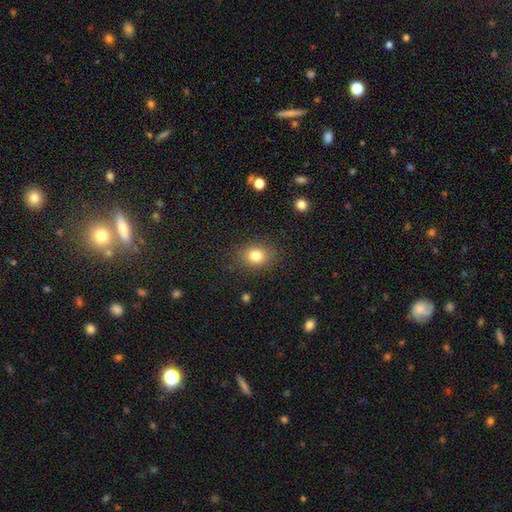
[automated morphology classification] Overall: smooth (80%). How rounded: round (52%; in between 47%). Merging: none (84%).